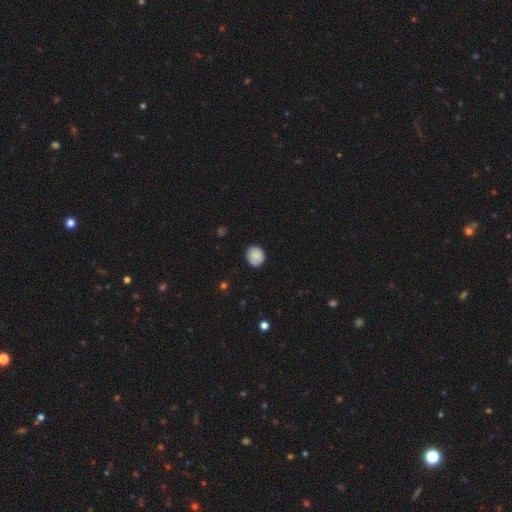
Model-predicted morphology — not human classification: Q: Smooth or featured?
A: smooth (86%); runner-up: star or artifact (8%)
Q: How rounded?
A: round (74%); runner-up: in between (26%)
Q: Merging?
A: none (84%); runner-up: minor disturbance (13%)